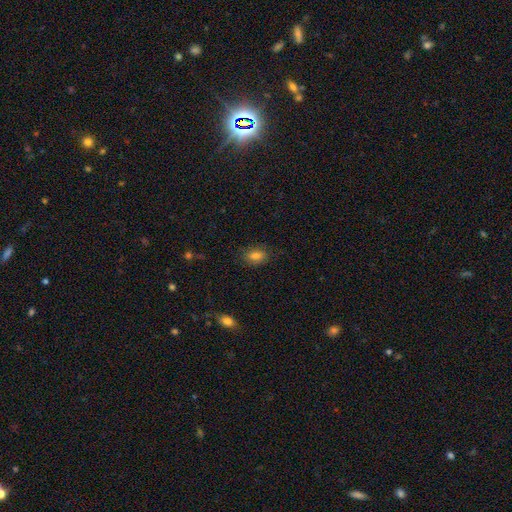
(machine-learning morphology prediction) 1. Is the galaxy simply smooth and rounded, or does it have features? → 81% smooth, 11% star or artifact, 8% featured or disk.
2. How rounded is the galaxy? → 80% in between, 18% round, 2% cigar-shaped.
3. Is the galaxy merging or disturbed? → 81% none, 15% minor disturbance, 4% major disturbance, 1% merger.